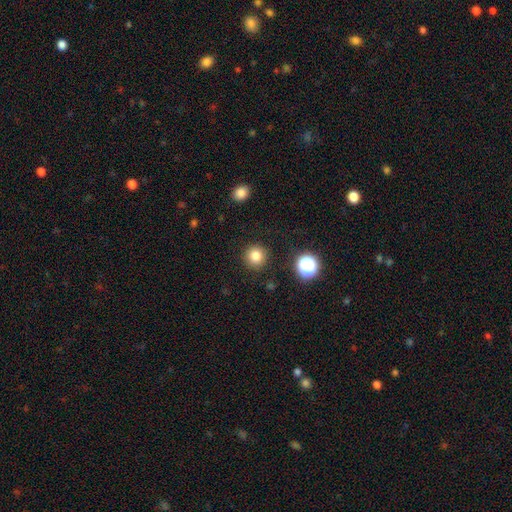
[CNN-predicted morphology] A smooth galaxy with no disk features (82%) that is round (94%).

Vote fractions:
- Smooth or featured? smooth: 82% / star or artifact: 13% / featured or disk: 6%
- How rounded? round: 94% / in between: 5% / cigar-shaped: 1%
- Merging? none: 90% / minor disturbance: 6% / major disturbance: 2% / merger: 2%